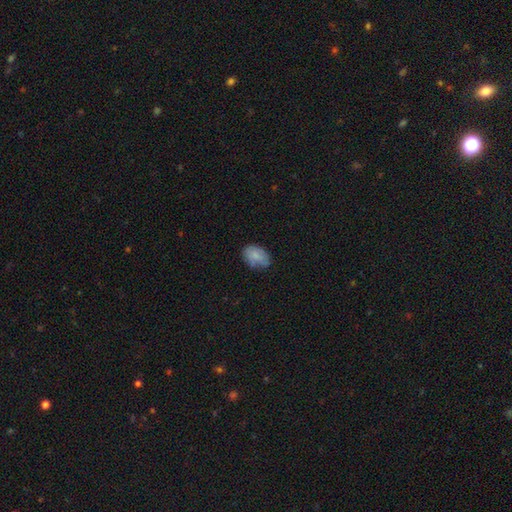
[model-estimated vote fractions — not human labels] smooth 77%, featured or disk 15%, star or artifact 8%. Down the decision tree: how rounded — in between (85%); merging — none (62%).